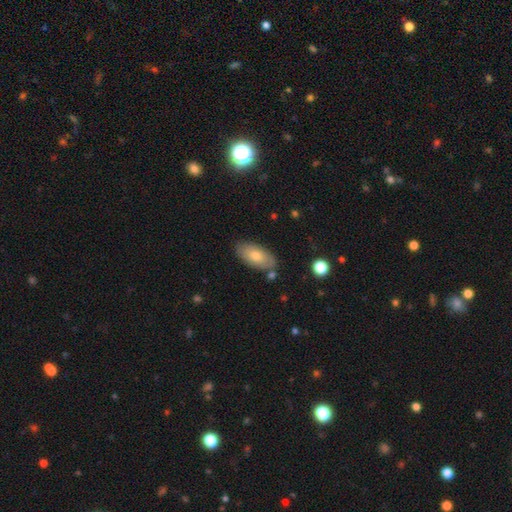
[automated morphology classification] smooth 70%, featured or disk 22%, star or artifact 7%. Down the decision tree: how rounded — in between (91%); merging — none (80%).